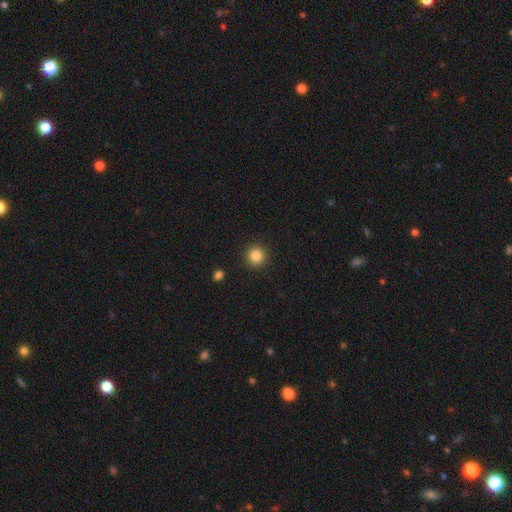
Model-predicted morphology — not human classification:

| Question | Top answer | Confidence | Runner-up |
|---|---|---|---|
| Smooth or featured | smooth | 85% | star or artifact (11%) |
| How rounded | round | 95% | in between (4%) |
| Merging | none | 92% | minor disturbance (5%) |